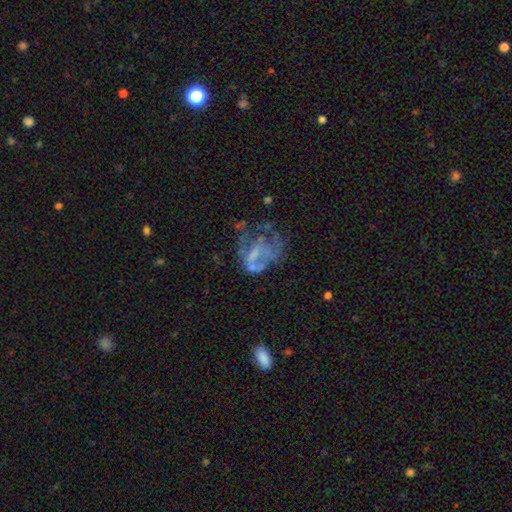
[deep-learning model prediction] Q: Smooth or featured?
A: featured or disk (60%); runner-up: smooth (24%)
Q: Edge-on disk?
A: no (98%); runner-up: yes (2%)
Q: Bar?
A: no (78%); runner-up: weak (17%)
Q: Spiral arms?
A: no (80%); runner-up: yes (20%)
Q: Bulge size?
A: none (61%); runner-up: small (18%)
Q: Merging?
A: major disturbance (44%); runner-up: none (30%)